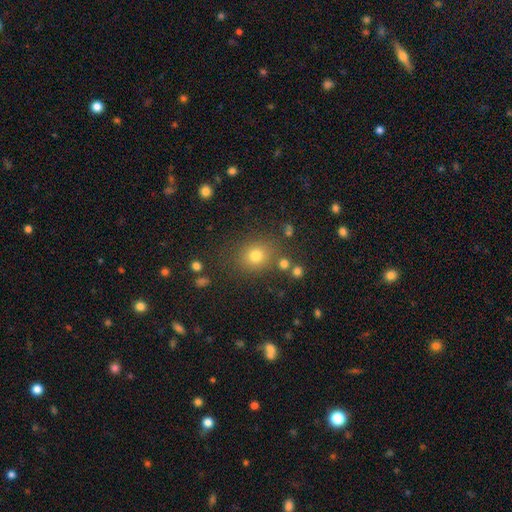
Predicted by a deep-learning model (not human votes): A smooth galaxy with no disk features (73%) that is round (77%). Merging: none (83%).